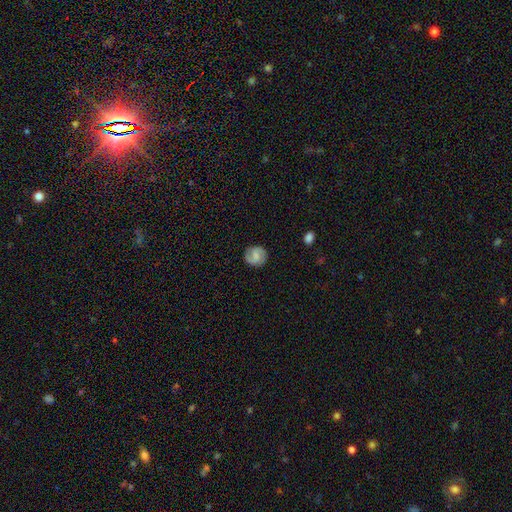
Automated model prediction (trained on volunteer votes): Overall: featured or disk (51%; smooth 41%). Edge-on disk: no (98%). Bar: weak (50%; no 35%). Spiral arms: yes (90%). Bulge size: none (36%; small 29%). Merging: none (84%).